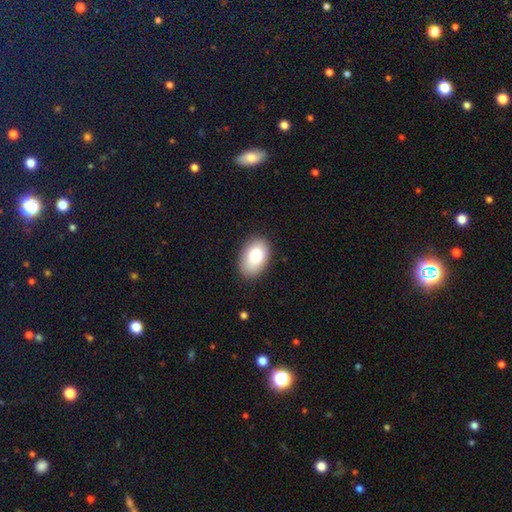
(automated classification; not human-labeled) Smooth or featured? Predicted: smooth (p=0.79). How rounded? Predicted: in between (p=0.88). Merging? Predicted: none (p=0.86).